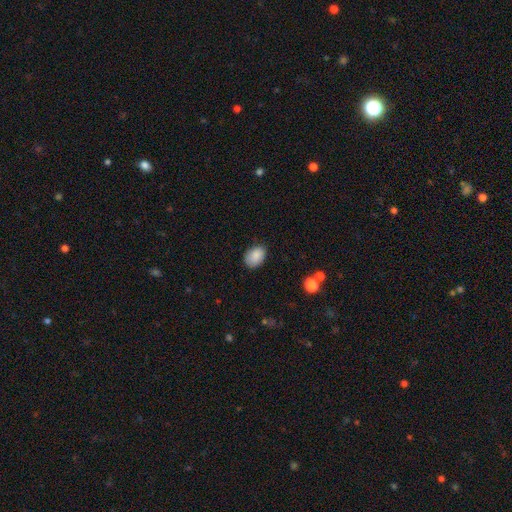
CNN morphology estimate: smooth 87%, star or artifact 8%, featured or disk 5%. Down the decision tree: how rounded — in between (81%); merging — none (78%).